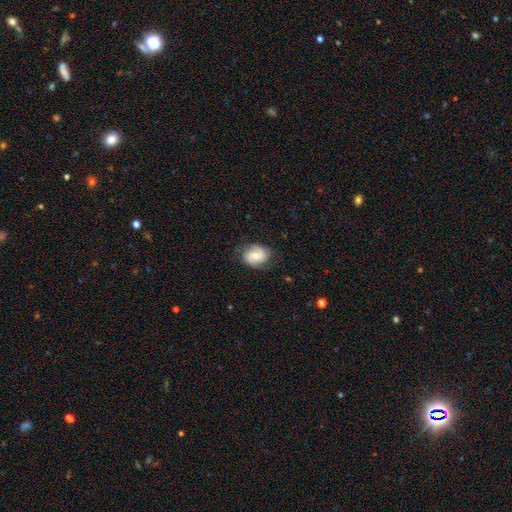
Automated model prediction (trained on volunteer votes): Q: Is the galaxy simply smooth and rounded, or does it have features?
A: featured or disk — 63%.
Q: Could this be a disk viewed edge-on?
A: no — 98%.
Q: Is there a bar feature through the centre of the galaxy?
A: no — 55%.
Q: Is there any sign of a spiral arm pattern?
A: yes — 92%.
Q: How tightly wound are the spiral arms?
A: medium — 43%.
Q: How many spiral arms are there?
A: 2 — 71%.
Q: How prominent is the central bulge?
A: moderate — 47%.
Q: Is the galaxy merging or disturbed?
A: none — 72%.